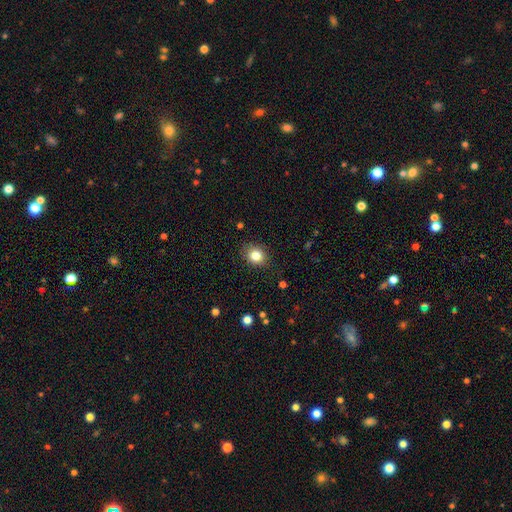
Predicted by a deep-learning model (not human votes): Smooth or featured: smooth — 82% (star or artifact — 11%)
How rounded: round — 63% (in between — 36%)
Merging: none — 86% (minor disturbance — 10%)